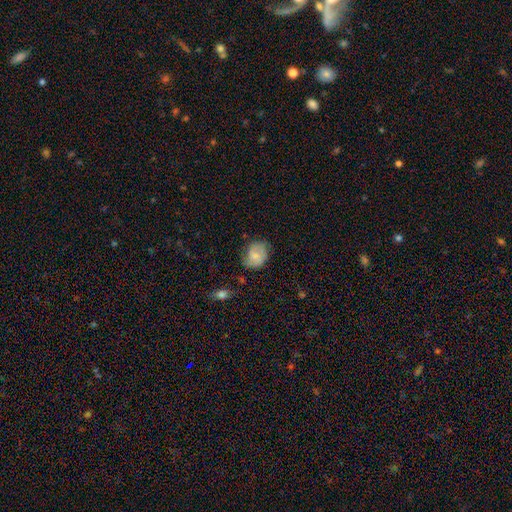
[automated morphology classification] Smooth or featured? smooth (58%)
How rounded? round (53%)
Merging? none (63%)